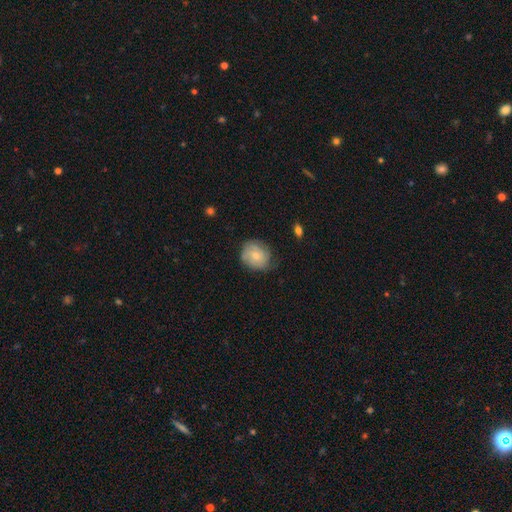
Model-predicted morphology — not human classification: A smooth galaxy with no disk features (66%) that is round (73%). Merging: none (64%).